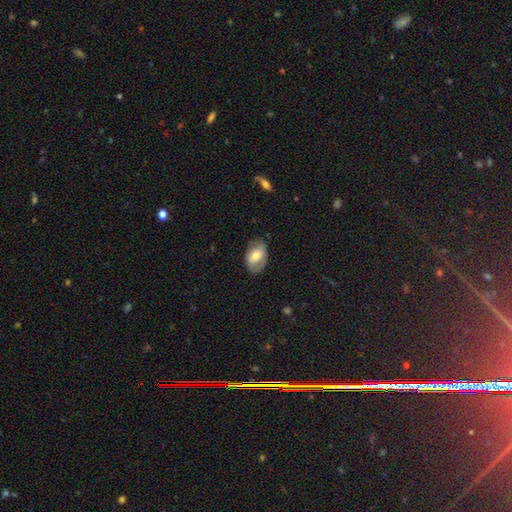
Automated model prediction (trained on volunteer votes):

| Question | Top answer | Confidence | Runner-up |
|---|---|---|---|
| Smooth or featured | smooth | 62% | featured or disk (31%) |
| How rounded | in between | 88% | round (10%) |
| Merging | none | 68% | minor disturbance (23%) |